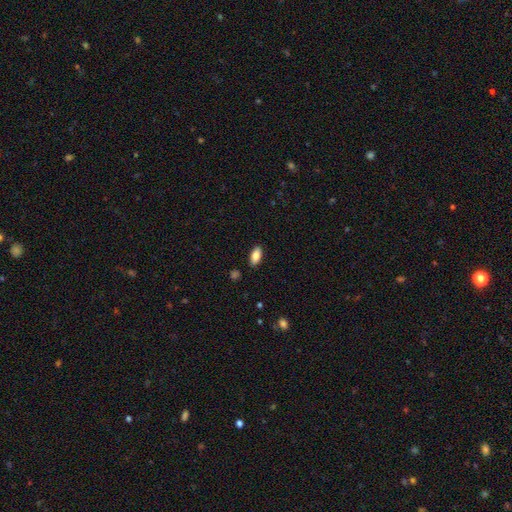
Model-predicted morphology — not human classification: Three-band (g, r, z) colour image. It shows a smooth galaxy with no disk features (85%) that is in between round and cigar-shaped (89%). Merging: none (87%).